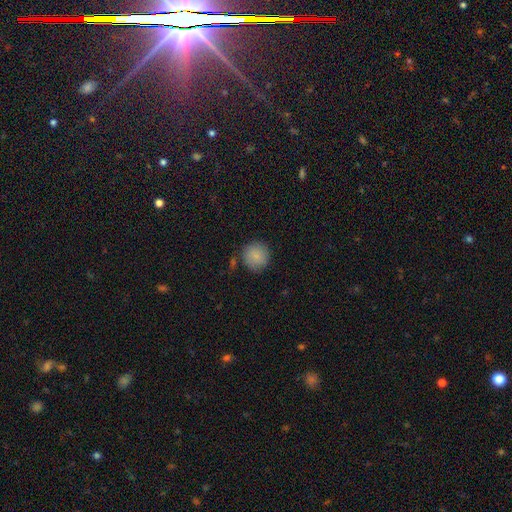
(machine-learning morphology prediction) A smooth galaxy with no disk features (87%) that is round (94%). Merging: none (82%).